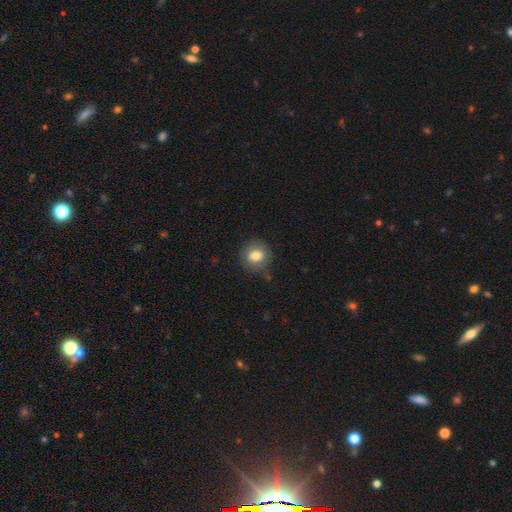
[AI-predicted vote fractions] A smooth galaxy with no disk features (80%) that is round (82%).

Vote fractions:
- Smooth or featured? smooth: 80% / featured or disk: 11% / star or artifact: 9%
- How rounded? round: 82% / in between: 17% / cigar-shaped: 1%
- Merging? none: 82% / minor disturbance: 13% / major disturbance: 4% / merger: 2%